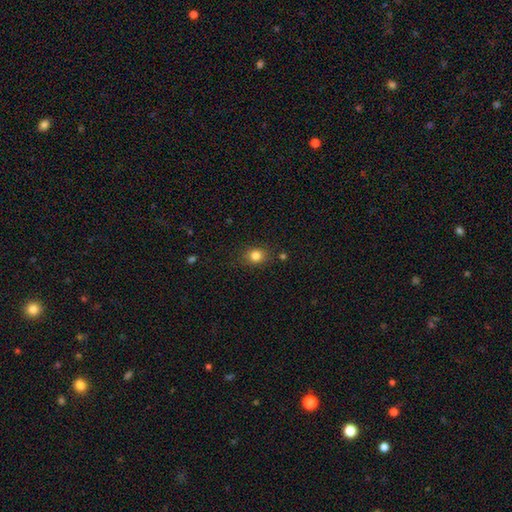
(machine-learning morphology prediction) Smooth or featured? smooth (82%)
How rounded? round (65%)
Merging? none (84%)